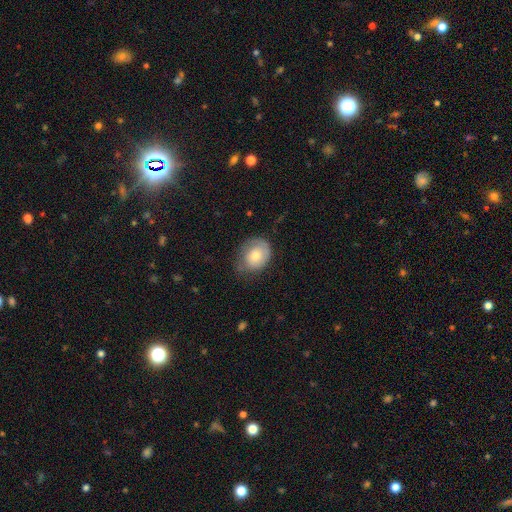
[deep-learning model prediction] This appears to be a smooth galaxy with no disk features (69%) that is in between round and cigar-shaped (50%). Merging: none (54%).